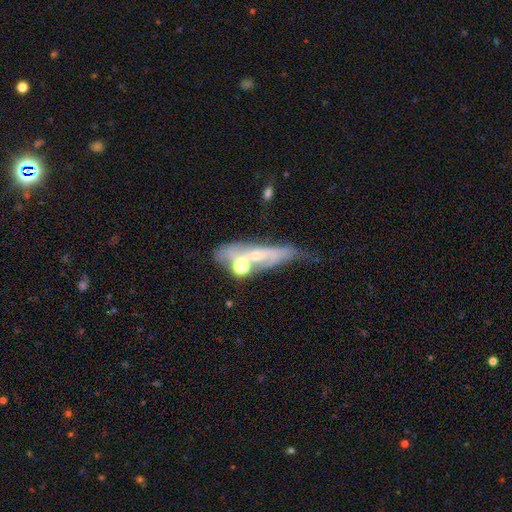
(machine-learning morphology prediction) This is possibly a featured or disk galaxy (56%). It is likely not viewed edge-on (64%). Merging: marginally merger (27%).